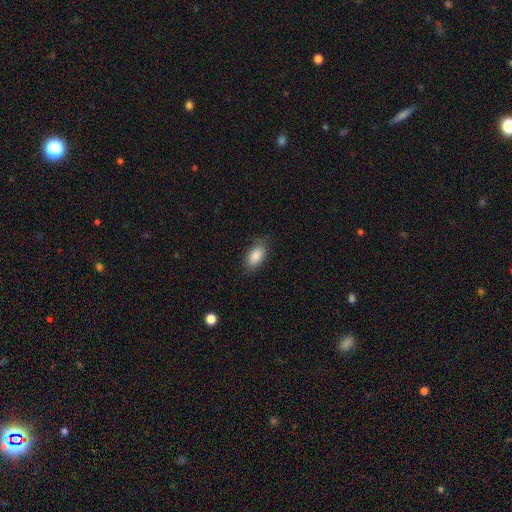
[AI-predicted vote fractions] This appears to be a smooth galaxy with no disk features (88%) that is in between round and cigar-shaped (92%). Merging: none (80%).